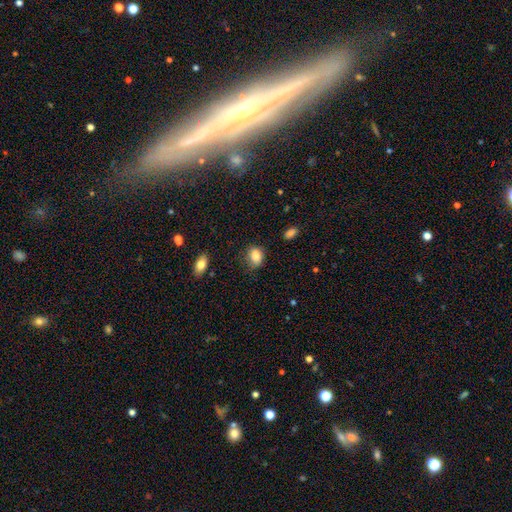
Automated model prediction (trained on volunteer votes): The model was most divided on "how rounded": in between: 62%, round: 37%, cigar-shaped: 1%. More confident: smooth or featured — smooth (83%); merging — none (73%).